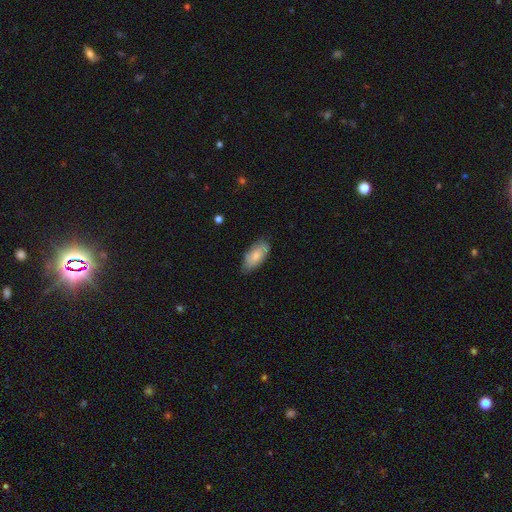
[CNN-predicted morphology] smooth 72%, featured or disk 22%, star or artifact 6%. Down the decision tree: how rounded — in between (90%); merging — none (72%).